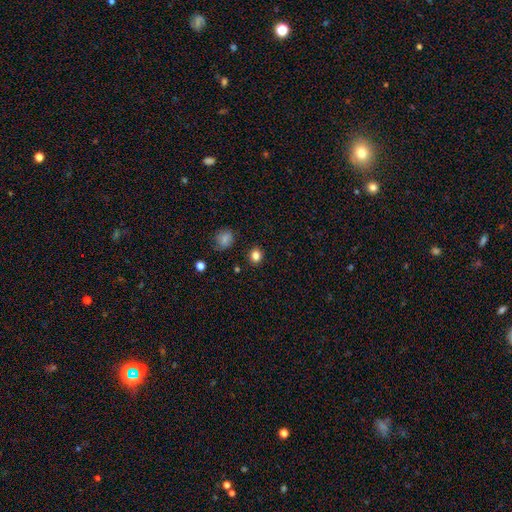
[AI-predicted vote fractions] smooth 83%, star or artifact 12%, featured or disk 5%. Down the decision tree: how rounded — round (73%); merging — none (89%).